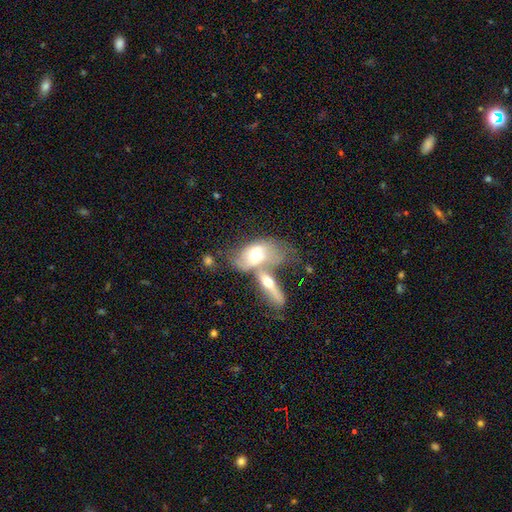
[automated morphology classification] Smooth or featured: featured or disk — 49% (smooth — 44%)
Merging: merger — 64% (none — 17%)